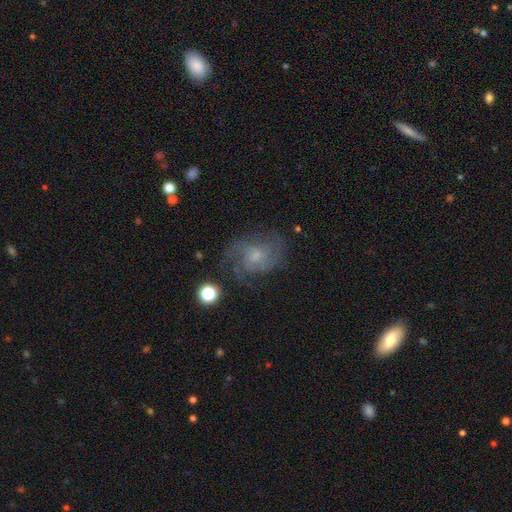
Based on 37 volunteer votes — smooth-or-featured: featured or disk: 81% | smooth: 19% | star or artifact: 0%
  disk-edge-on: no: 100% | yes: 0%
    bar: no: 63% | weak: 33% | strong: 3%
    has-spiral-arms: yes: 97% | no: 3%
      spiral-winding: tight: 48% (tied) | medium: 48% (tied) | loose: 3%
      spiral-arm-count: 3: 62% | can't tell: 17% | 4: 10% | 2: 7% | more than 4: 3% | 1: 0%
    bulge-size: moderate: 53% | small: 47% | dominant: 0% | large: 0% | none: 0%
  merging: none: 70% | minor disturbance: 19% | major disturbance: 8% | merger: 3%